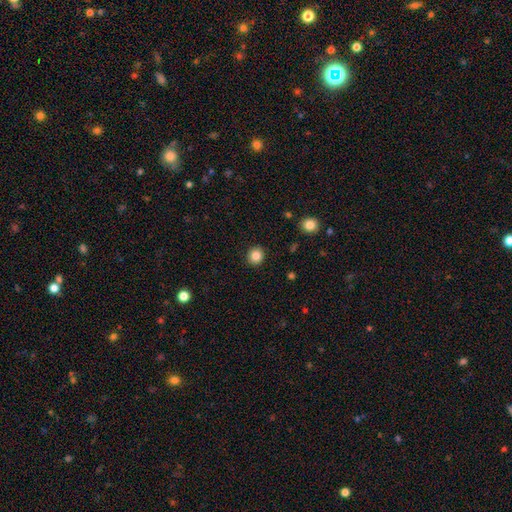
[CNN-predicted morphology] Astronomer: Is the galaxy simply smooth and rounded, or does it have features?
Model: smooth — 84%.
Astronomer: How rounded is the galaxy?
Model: round — 84%.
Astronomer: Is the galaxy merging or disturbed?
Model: none — 92%.